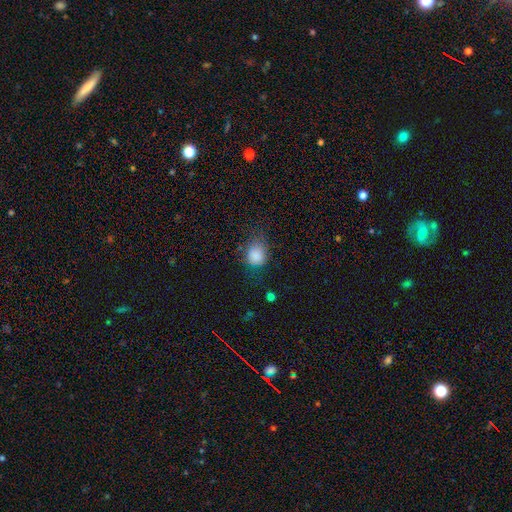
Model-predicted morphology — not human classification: Smooth or featured? smooth (84%)
How rounded? round (58%)
Merging? none (51%)